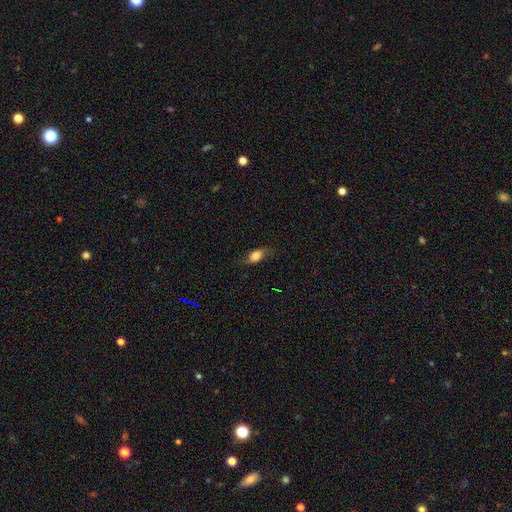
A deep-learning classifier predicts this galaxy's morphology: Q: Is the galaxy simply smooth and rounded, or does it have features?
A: smooth — 66%.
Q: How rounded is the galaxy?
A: in between — 79%.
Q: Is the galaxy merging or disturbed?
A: none — 70%.